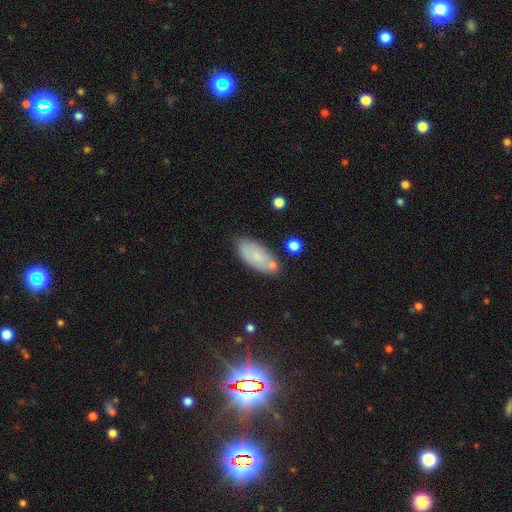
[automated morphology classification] Smooth or featured: smooth — 74% (featured or disk — 18%)
How rounded: in between — 89% (cigar-shaped — 9%)
Merging: none — 72% (minor disturbance — 17%)